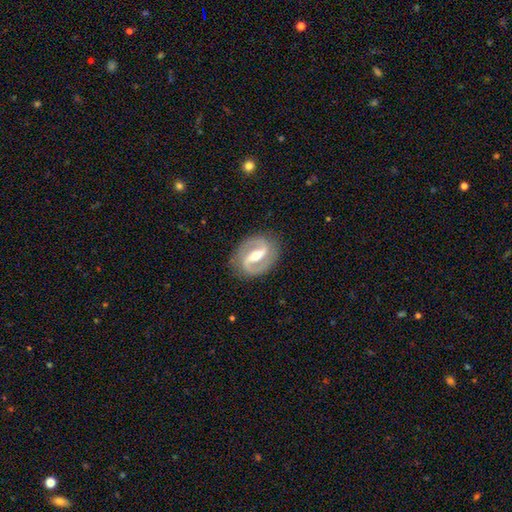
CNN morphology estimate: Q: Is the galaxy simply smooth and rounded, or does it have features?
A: featured or disk — 90%.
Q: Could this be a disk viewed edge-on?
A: no — 97%.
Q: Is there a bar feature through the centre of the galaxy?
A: strong — 61%.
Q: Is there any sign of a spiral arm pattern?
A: yes — 95%.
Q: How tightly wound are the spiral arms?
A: medium — 52%.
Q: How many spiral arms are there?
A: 2 — 93%.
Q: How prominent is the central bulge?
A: moderate — 65%.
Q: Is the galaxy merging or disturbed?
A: none — 86%.